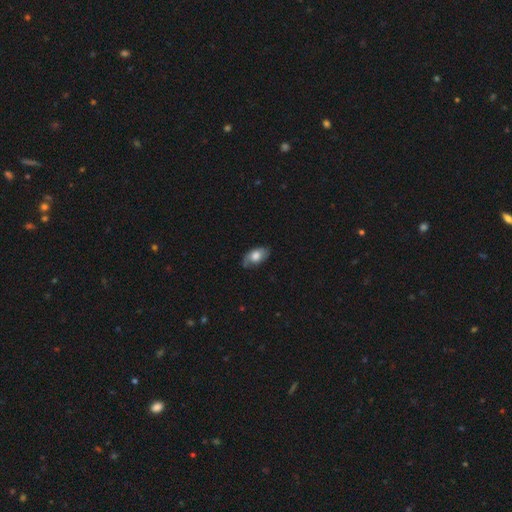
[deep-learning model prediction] A smooth galaxy with no disk features (67%) that is in between round and cigar-shaped (91%).

Vote fractions:
- Smooth or featured? smooth: 67% / featured or disk: 26% / star or artifact: 7%
- How rounded? in between: 91% / round: 6% / cigar-shaped: 2%
- Merging? none: 65% / minor disturbance: 27% / major disturbance: 6% / merger: 2%